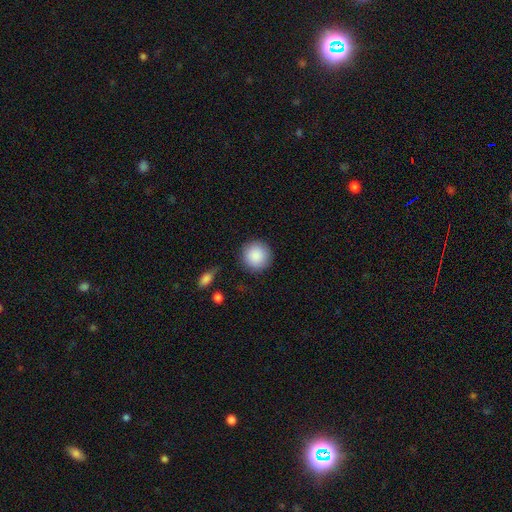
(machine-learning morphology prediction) This appears to be a smooth galaxy with no disk features (89%) that is round (95%). Merging: none (87%).